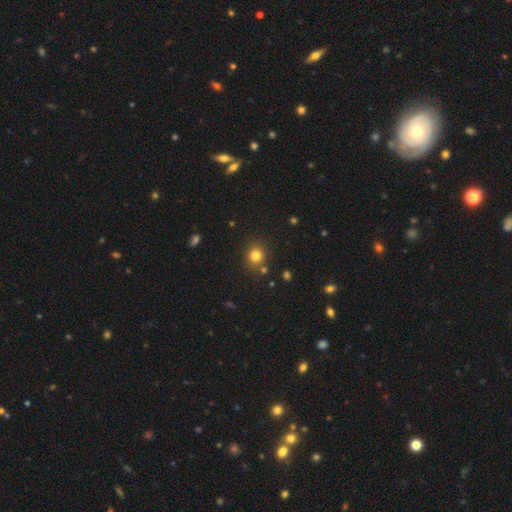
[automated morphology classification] smooth_or_featured: smooth (p=0.79) [alt: star or artifact p=0.14]
how_rounded: round (p=0.79) [alt: in between p=0.21]
merging: none (p=0.80) [alt: minor disturbance p=0.10]